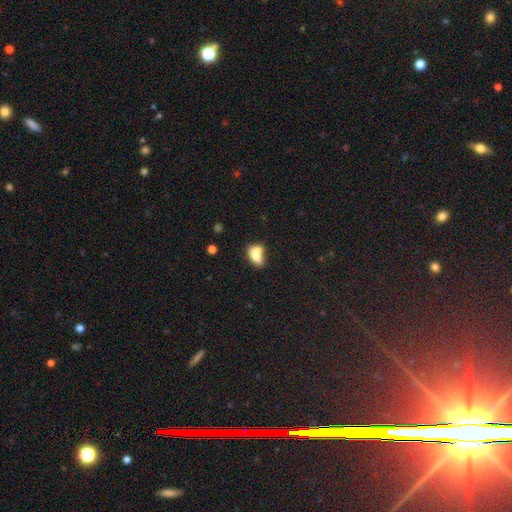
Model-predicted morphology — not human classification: A smooth galaxy with no disk features (69%) that is in between round and cigar-shaped (80%). Merging: merger (53%).